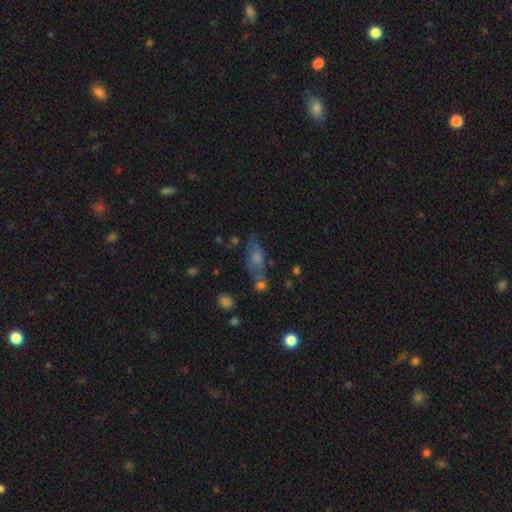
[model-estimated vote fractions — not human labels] smooth-or-featured: smooth: 47% | featured or disk: 32% | star or artifact: 21%
  merging: none: 53% | minor disturbance: 19% | merger: 16% | major disturbance: 12%